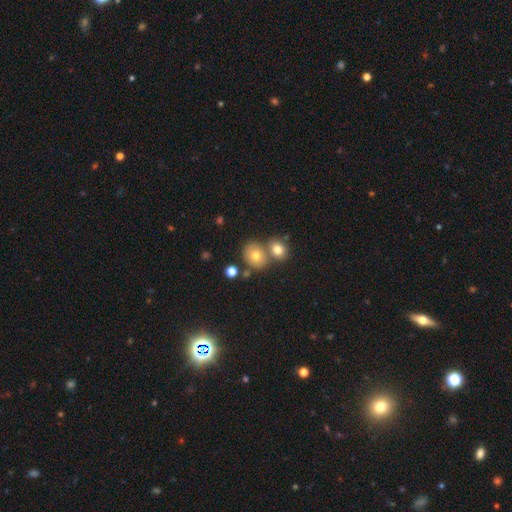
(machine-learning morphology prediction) Smooth or featured? Predicted: smooth (p=0.74). How rounded? Predicted: round (p=0.70). Merging? Predicted: none (p=0.51).